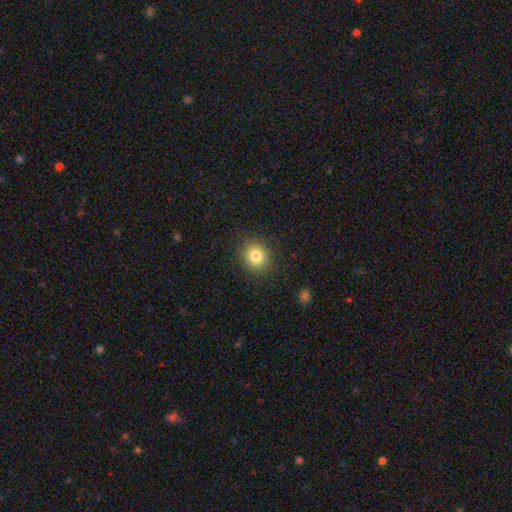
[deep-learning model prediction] Overall: smooth (82%). How rounded: round (84%). Merging: none (89%).